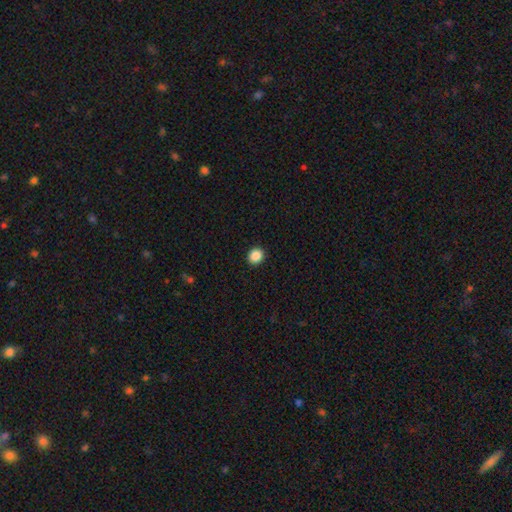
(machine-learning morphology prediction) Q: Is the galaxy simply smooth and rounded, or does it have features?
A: smooth — 88%.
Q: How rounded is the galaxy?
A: round — 84%.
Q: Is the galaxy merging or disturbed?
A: none — 93%.